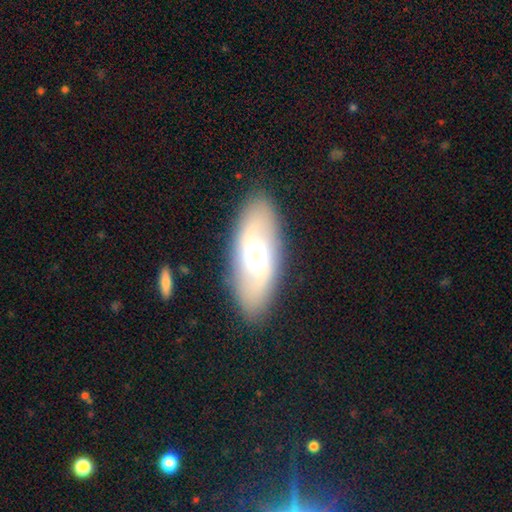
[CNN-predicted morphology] Smooth or featured?
  - featured or disk: 48% *
  - smooth: 43%
  - star or artifact: 9%
Merging?
  - none: 86% *
  - minor disturbance: 9%
  - major disturbance: 4%
  - merger: 1%